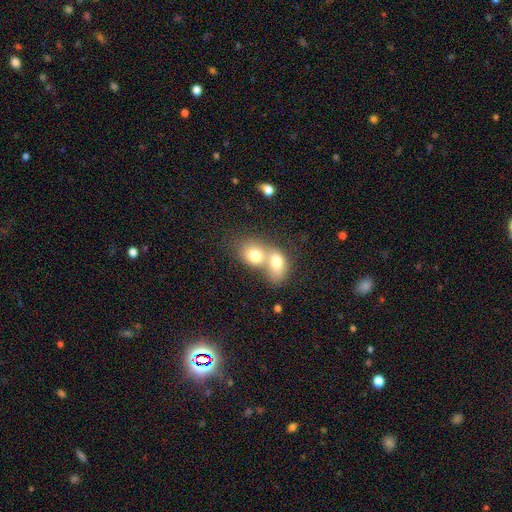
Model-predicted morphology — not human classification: Smooth or featured: smooth — 73% (featured or disk — 18%)
How rounded: in between — 61% (round — 38%)
Merging: merger — 73% (none — 18%)